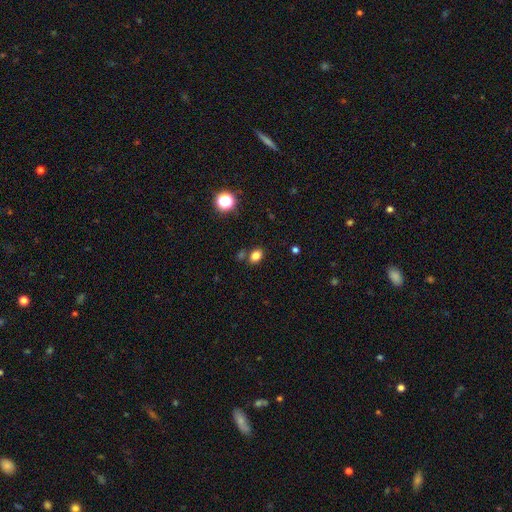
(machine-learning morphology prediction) smooth 81%, star or artifact 13%, featured or disk 6%. Down the decision tree: how rounded — in between (72%); merging — none (75%).